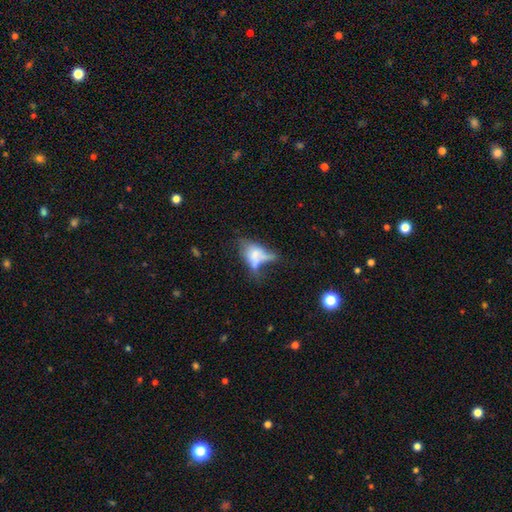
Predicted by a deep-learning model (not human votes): This is possibly a smooth galaxy (50%). How rounded: likely in between (75%). Merging: marginally merger (32%).